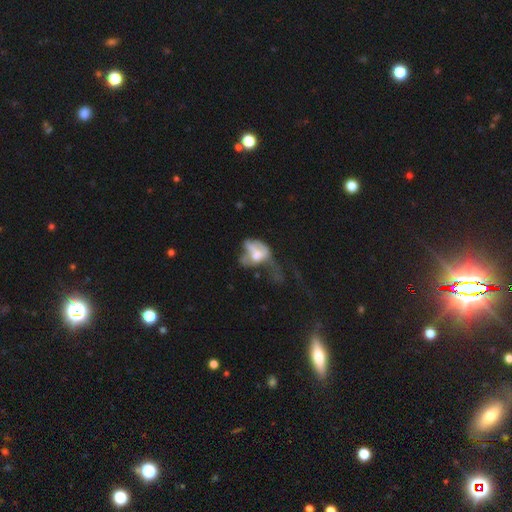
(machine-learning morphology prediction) The model was most divided on "smooth or featured": featured or disk: 48%, smooth: 41%, star or artifact: 11%. More confident: merging — major disturbance (54%).